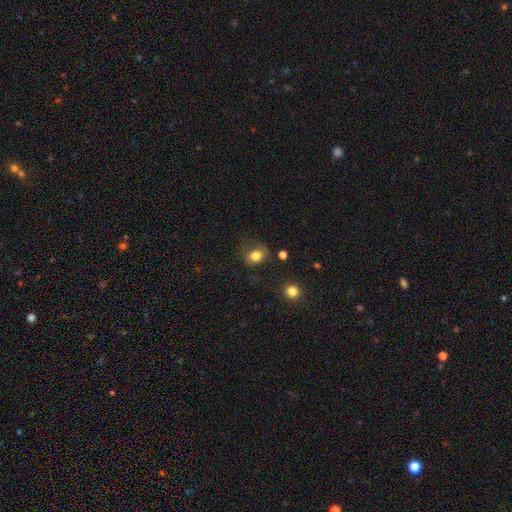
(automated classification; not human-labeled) smooth-or-featured: smooth: 80% | star or artifact: 11% | featured or disk: 9%
  how-rounded: round: 61% | in between: 38% | cigar-shaped: 1%
  merging: none: 60% | minor disturbance: 23% | major disturbance: 14% | merger: 3%